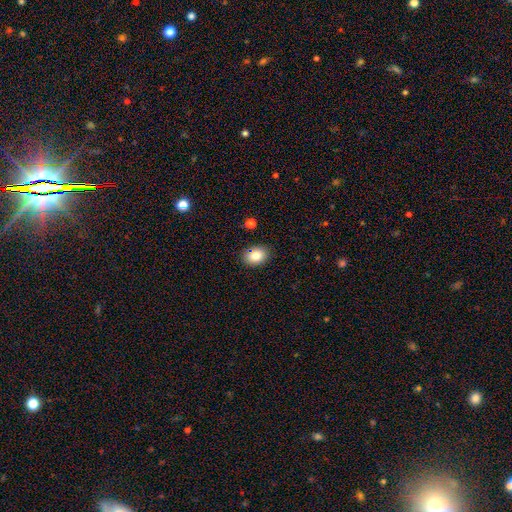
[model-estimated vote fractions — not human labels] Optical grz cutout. It shows a smooth galaxy with no disk features (83%) that is in between round and cigar-shaped (69%). Merging: none (86%).